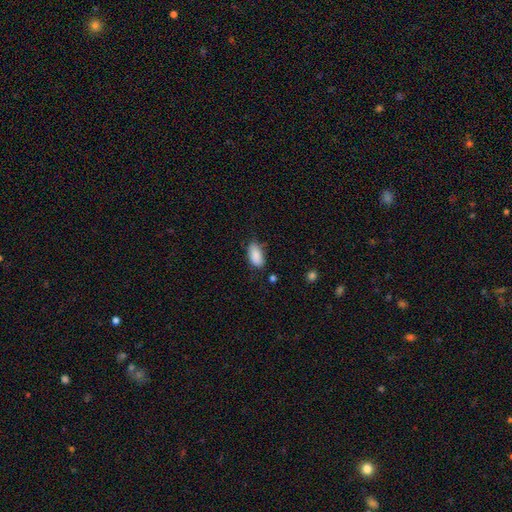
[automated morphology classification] A smooth galaxy with no disk features (87%) that is in between round and cigar-shaped (92%). Merging: none (64%).